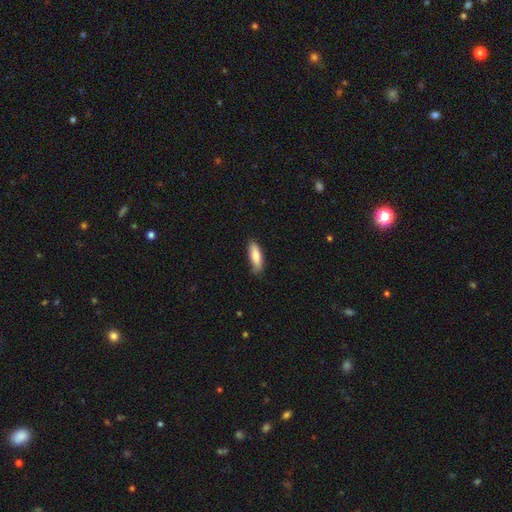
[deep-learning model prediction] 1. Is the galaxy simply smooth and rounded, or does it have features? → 80% smooth, 14% featured or disk, 6% star or artifact.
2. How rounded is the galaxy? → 54% in between, 44% cigar-shaped, 2% round.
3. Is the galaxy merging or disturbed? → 79% none, 17% minor disturbance, 3% major disturbance, 1% merger.